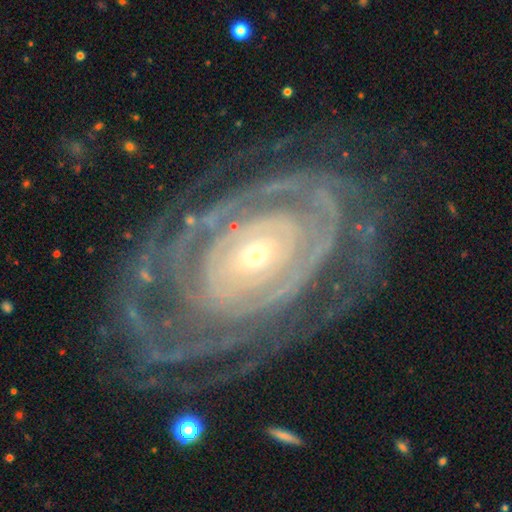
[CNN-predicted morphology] smooth_or_featured: featured or disk (p=0.89) [alt: smooth p=0.06]
disk_edge_on: no (p=0.96) [alt: yes p=0.04]
bar: no (p=0.69) [alt: weak p=0.20]
has_spiral_arms: yes (p=0.93) [alt: no p=0.07]
spiral_winding: tight (p=0.77) [alt: medium p=0.16]
spiral_arm_count: can't tell (p=0.31) [alt: 2 p=0.24]
bulge_size: small (p=0.68) [alt: moderate p=0.28]
merging: none (p=0.64) [alt: major disturbance p=0.17]